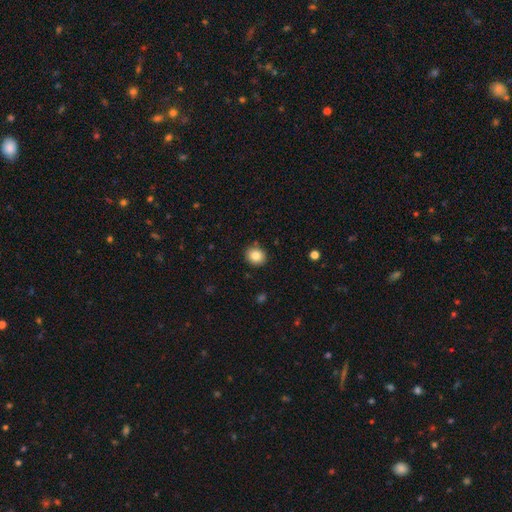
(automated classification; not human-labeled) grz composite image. It shows a smooth galaxy with no disk features (84%) that is round (77%). Merging: none (89%).